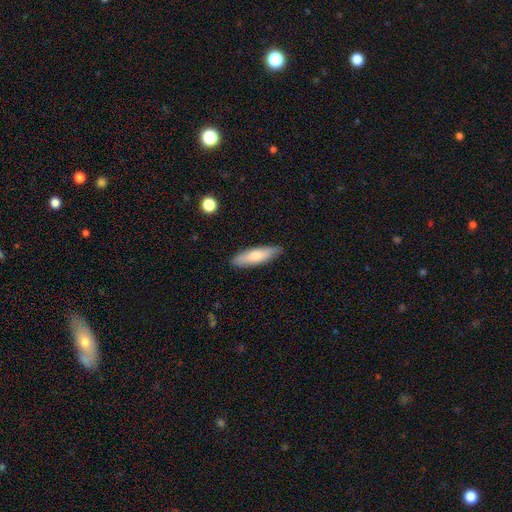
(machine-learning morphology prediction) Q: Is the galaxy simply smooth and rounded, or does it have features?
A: smooth — 68%.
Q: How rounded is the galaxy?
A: cigar-shaped — 62%.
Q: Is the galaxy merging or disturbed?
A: none — 87%.